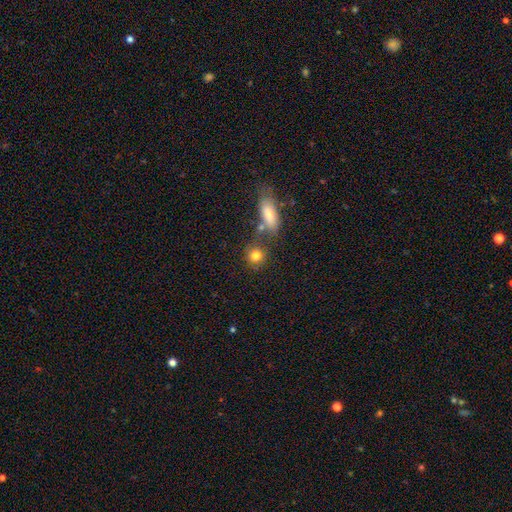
This appears to be a smooth galaxy with no disk features (77%) that is round (90%). Merging: none (63%).